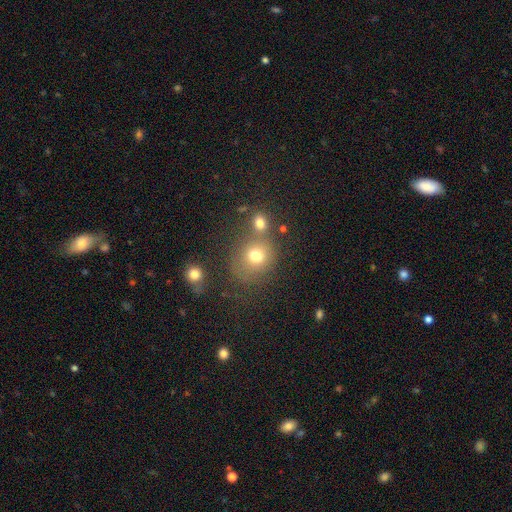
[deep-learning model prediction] Smooth or featured? smooth (73%)
How rounded? round (75%)
Merging? none (52%)